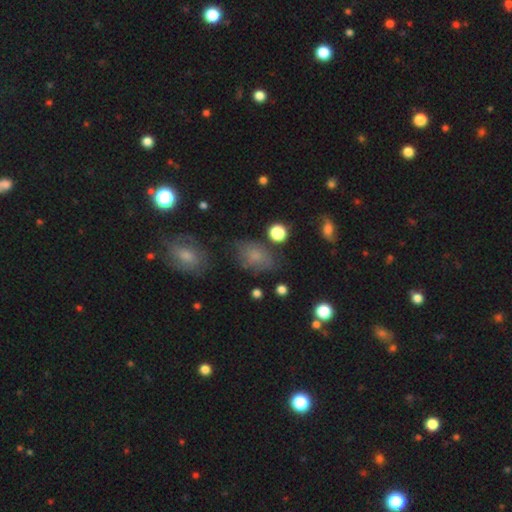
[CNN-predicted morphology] A smooth galaxy with no disk features (67%) that is in between round and cigar-shaped (77%). Merging: none (59%).